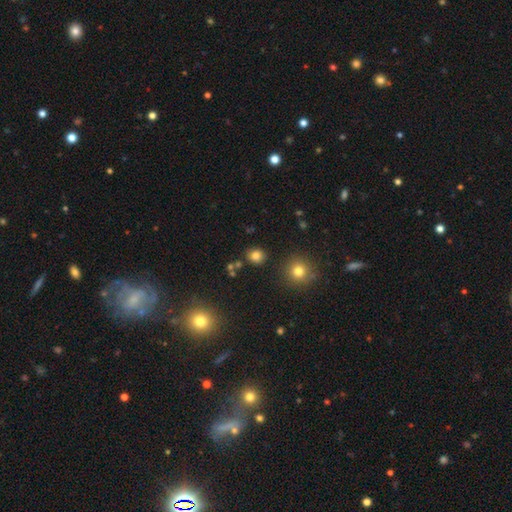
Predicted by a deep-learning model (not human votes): Smooth or featured? Predicted: smooth (p=0.81). How rounded? Predicted: round (p=0.84). Merging? Predicted: none (p=0.85).